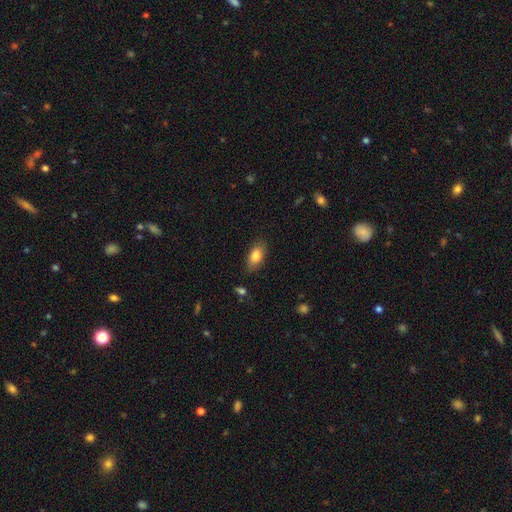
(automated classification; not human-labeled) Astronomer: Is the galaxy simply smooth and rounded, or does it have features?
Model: smooth — 83%.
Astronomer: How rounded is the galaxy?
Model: in between — 89%.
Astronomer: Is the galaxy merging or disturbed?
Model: none — 81%.